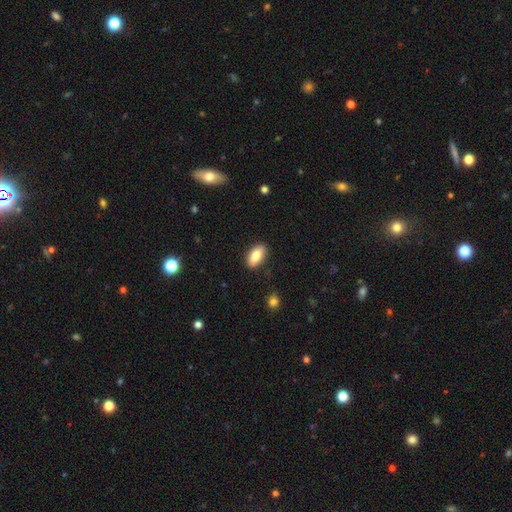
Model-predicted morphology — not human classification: This is clearly a smooth galaxy (82%). How rounded: clearly in between (90%). Merging: clearly none (87%).